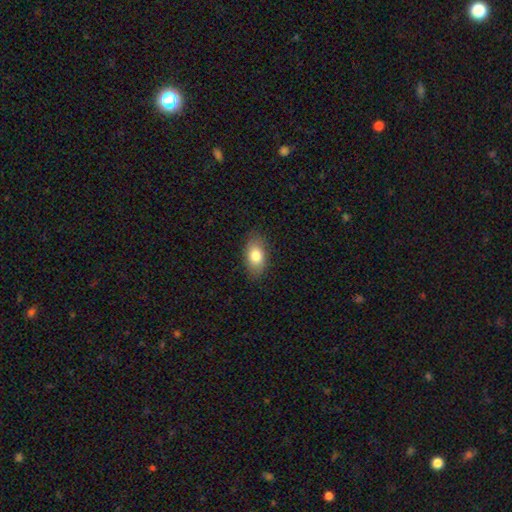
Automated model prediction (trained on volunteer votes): A smooth galaxy with no disk features (81%) that is in between round and cigar-shaped (90%).

Vote fractions:
- Smooth or featured? smooth: 81% / featured or disk: 12% / star or artifact: 8%
- How rounded? in between: 90% / round: 7% / cigar-shaped: 3%
- Merging? none: 84% / minor disturbance: 12% / major disturbance: 3% / merger: 1%